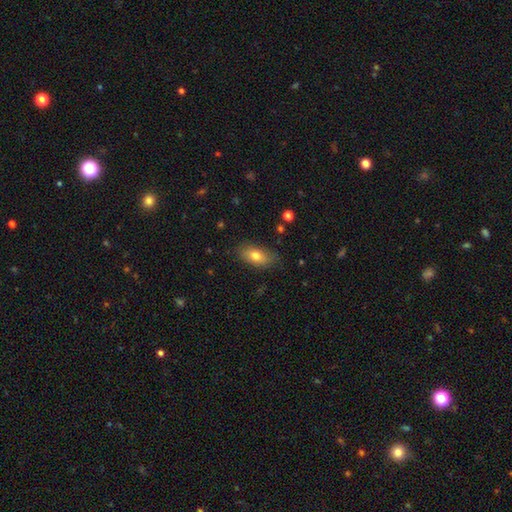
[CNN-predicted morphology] smooth 76%, featured or disk 16%, star or artifact 8%. Down the decision tree: how rounded — in between (87%); merging — none (80%).